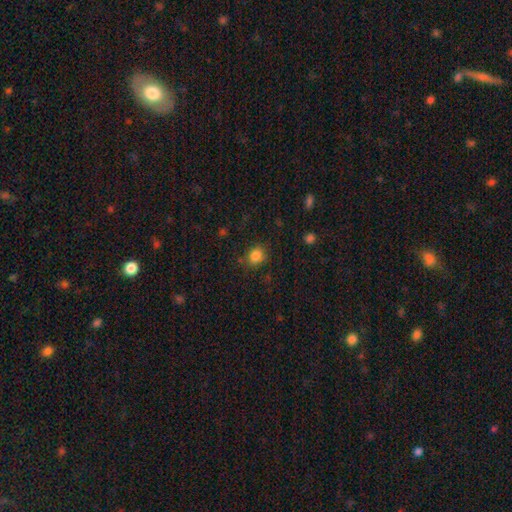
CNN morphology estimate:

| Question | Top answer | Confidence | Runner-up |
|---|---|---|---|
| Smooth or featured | smooth | 83% | star or artifact (12%) |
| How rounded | round | 56% | in between (43%) |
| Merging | none | 77% | minor disturbance (16%) |